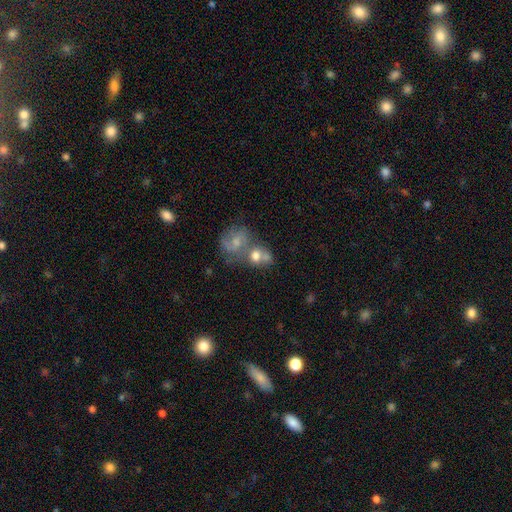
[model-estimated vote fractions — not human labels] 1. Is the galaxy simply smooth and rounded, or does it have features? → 59% smooth, 30% featured or disk, 11% star or artifact.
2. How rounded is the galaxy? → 58% round, 41% in between, 1% cigar-shaped.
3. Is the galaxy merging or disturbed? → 59% merger, 24% none, 10% minor disturbance, 7% major disturbance.